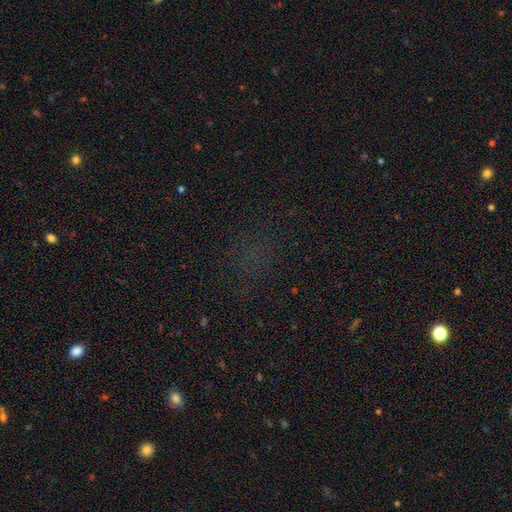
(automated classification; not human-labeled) Smooth or featured? Predicted: star or artifact (p=0.57).